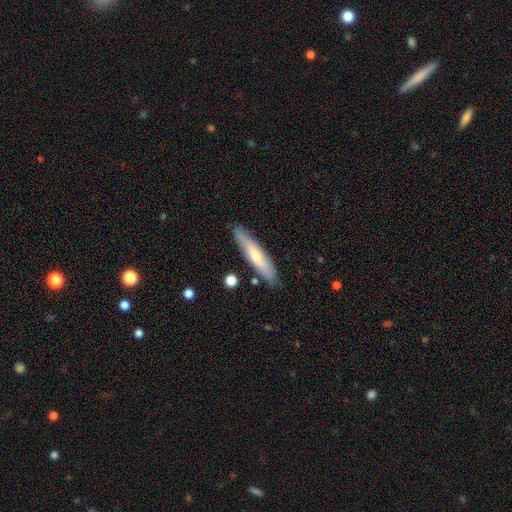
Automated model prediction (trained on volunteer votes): Smooth or featured?
  - smooth: 51% *
  - featured or disk: 42%
  - star or artifact: 6%
How rounded?
  - cigar-shaped: 82% *
  - in between: 16%
  - round: 2%
Merging?
  - none: 83% *
  - minor disturbance: 12%
  - merger: 3%
  - major disturbance: 2%